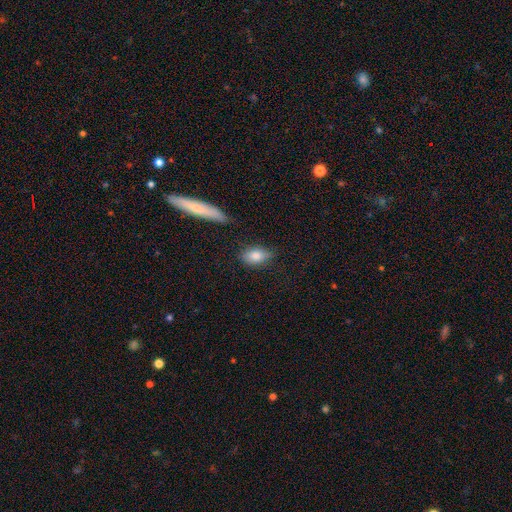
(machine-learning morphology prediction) Smooth or featured? smooth (80%)
How rounded? in between (82%)
Merging? none (69%)